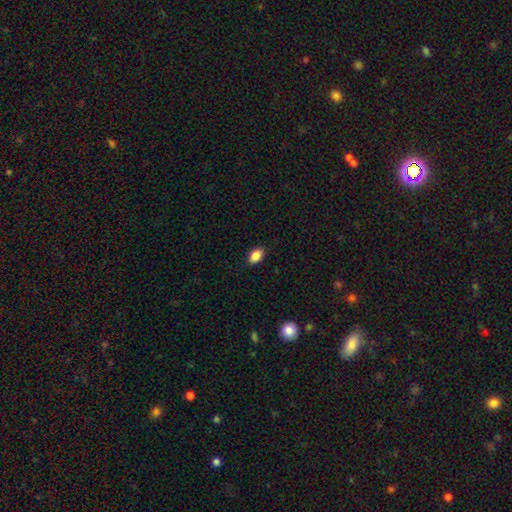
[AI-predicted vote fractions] Smooth or featured: smooth — 88% (star or artifact — 8%)
How rounded: in between — 89% (round — 9%)
Merging: none — 87% (minor disturbance — 10%)